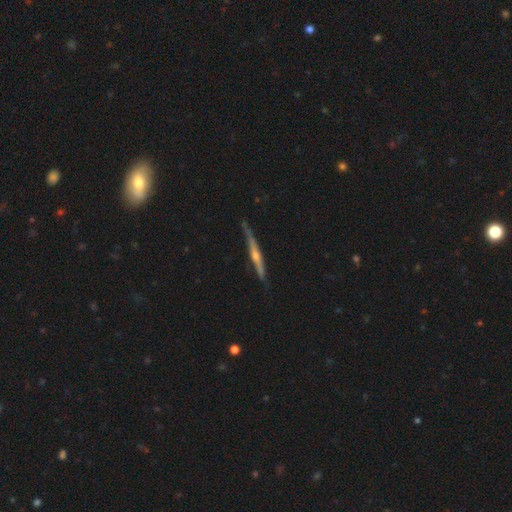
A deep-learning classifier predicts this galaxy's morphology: This appears to be a featured or disk galaxy (76%) viewed edge-on (97%) with a rounded central bulge (77%). Merging: none (79%).